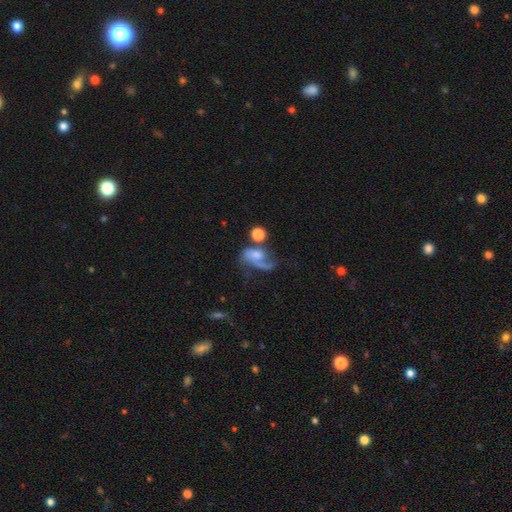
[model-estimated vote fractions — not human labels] Smooth or featured?
  - featured or disk: 55% *
  - smooth: 34%
  - star or artifact: 11%
Edge-on disk?
  - no: 96% *
  - yes: 4%
Bar?
  - no: 68% *
  - weak: 26%
  - strong: 6%
Spiral arms?
  - yes: 79% *
  - no: 21%
Bulge size?
  - moderate: 34% *
  - small: 33%
  - none: 20%
  - large: 10%
  - dominant: 3%
Merging?
  - major disturbance: 34% *
  - none: 27%
  - merger: 22%
  - minor disturbance: 17%